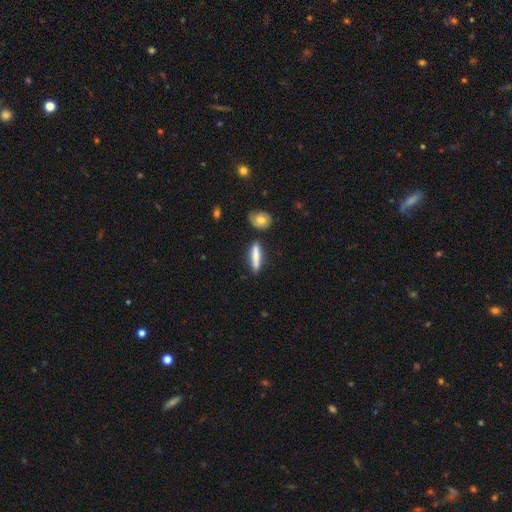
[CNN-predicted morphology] smooth 68%, featured or disk 25%, star or artifact 6%. Down the decision tree: how rounded — cigar-shaped (81%); merging — none (76%).